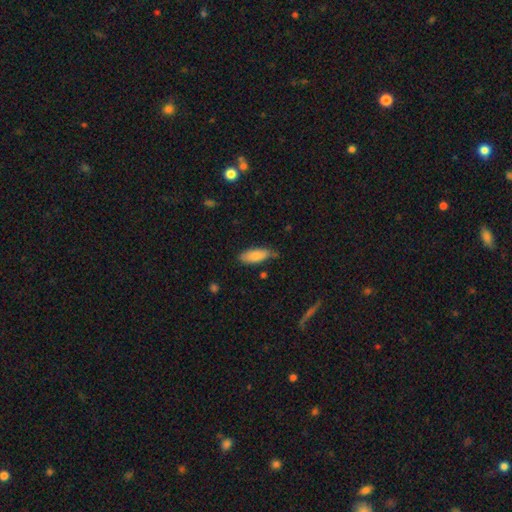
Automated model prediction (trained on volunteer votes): This is clearly a smooth galaxy (82%). How rounded: likely in between (78%). Merging: likely none (71%).